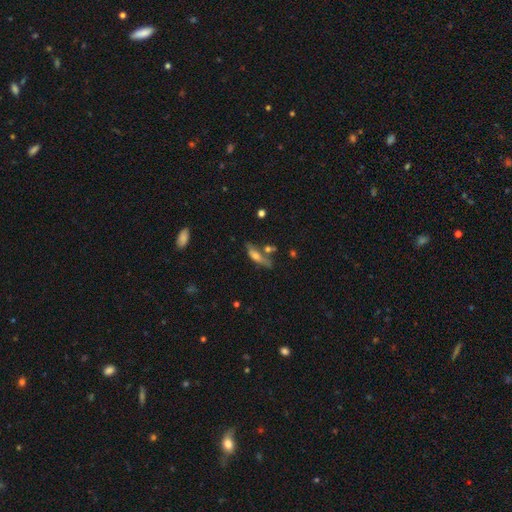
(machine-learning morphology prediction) A smooth galaxy with no disk features (48%). Merging: none (55%).